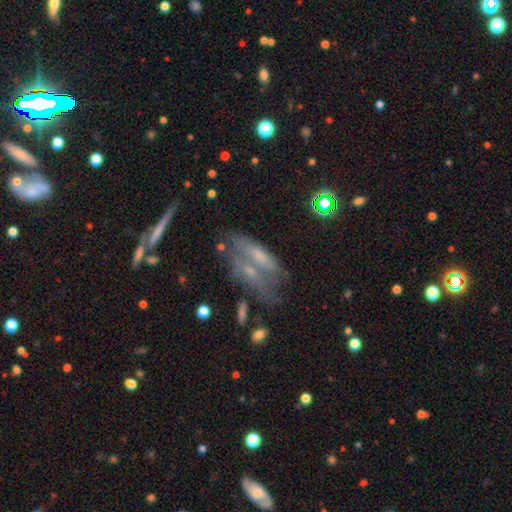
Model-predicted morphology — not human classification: Overall: featured or disk (47%; smooth 39%). Merging: none (38%; merger 26%).